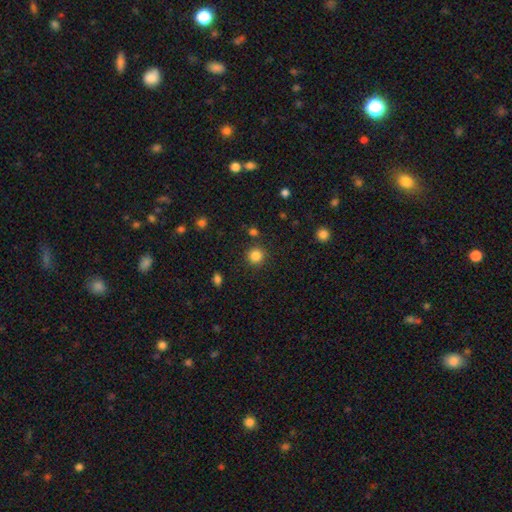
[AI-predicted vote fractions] This appears to be a smooth galaxy with no disk features (84%) that is round (94%). Merging: none (88%).